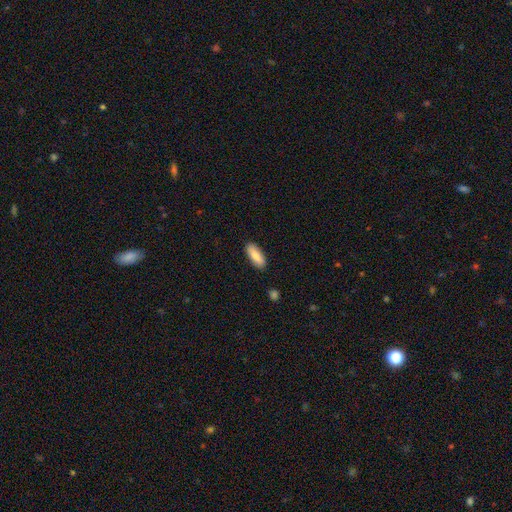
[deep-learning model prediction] Smooth or featured?
  - smooth: 78% *
  - featured or disk: 16%
  - star or artifact: 6%
How rounded?
  - in between: 75% *
  - cigar-shaped: 23%
  - round: 2%
Merging?
  - none: 88% *
  - minor disturbance: 9%
  - major disturbance: 2%
  - merger: 1%